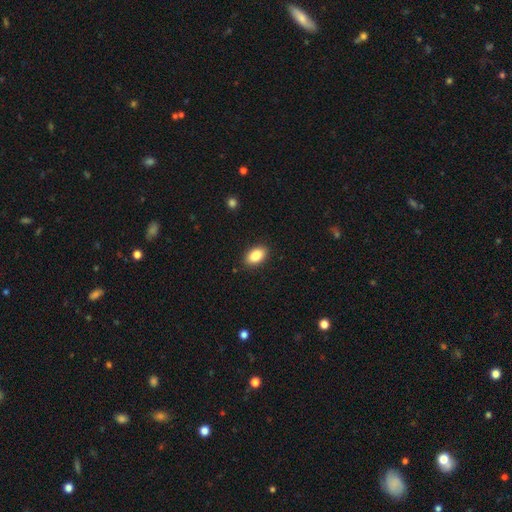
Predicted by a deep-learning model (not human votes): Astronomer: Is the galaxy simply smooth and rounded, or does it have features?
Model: smooth — 88%.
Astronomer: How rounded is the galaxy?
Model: in between — 92%.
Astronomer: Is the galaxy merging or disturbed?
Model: none — 89%.